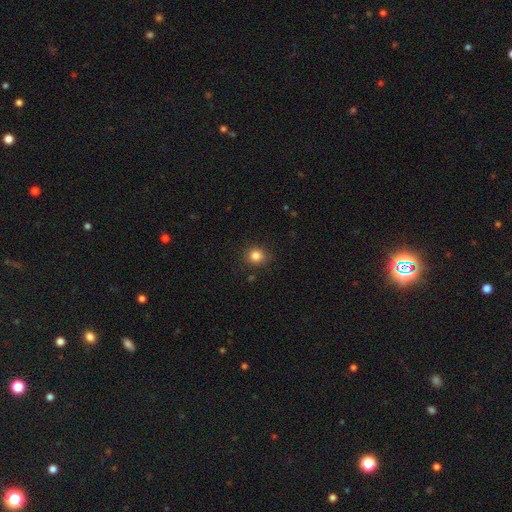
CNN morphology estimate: Smooth or featured? Predicted: smooth (p=0.83). How rounded? Predicted: round (p=0.82). Merging? Predicted: none (p=0.85).